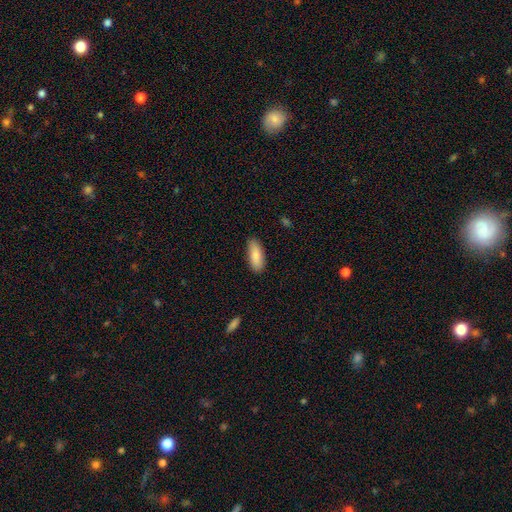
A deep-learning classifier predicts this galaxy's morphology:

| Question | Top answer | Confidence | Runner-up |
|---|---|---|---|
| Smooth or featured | smooth | 85% | featured or disk (10%) |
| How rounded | in between | 70% | cigar-shaped (28%) |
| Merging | none | 85% | minor disturbance (12%) |